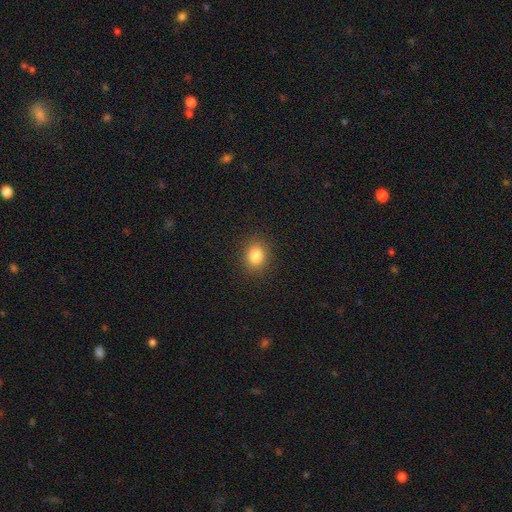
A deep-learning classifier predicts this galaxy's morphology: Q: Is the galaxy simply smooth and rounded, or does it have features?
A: smooth — 84%.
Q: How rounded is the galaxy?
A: round — 58%.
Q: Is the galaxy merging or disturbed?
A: none — 89%.